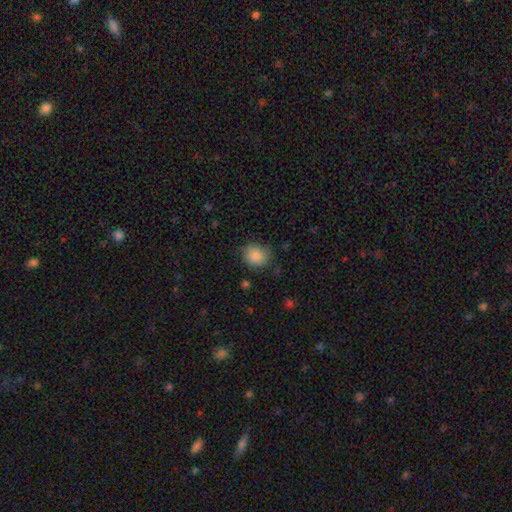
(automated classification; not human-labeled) smooth-or-featured: smooth: 86% | star or artifact: 8% | featured or disk: 6%
  how-rounded: round: 75% | in between: 24% | cigar-shaped: 1%
  merging: none: 74% | minor disturbance: 20% | major disturbance: 4% | merger: 1%